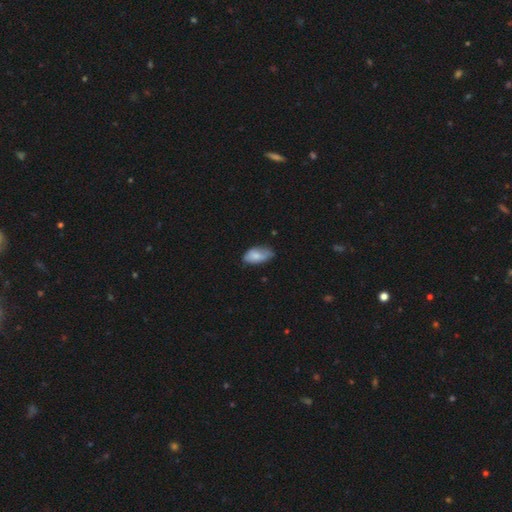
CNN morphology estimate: Smooth or featured? Predicted: smooth (p=0.74). How rounded? Predicted: in between (p=0.93). Merging? Predicted: none (p=0.53).